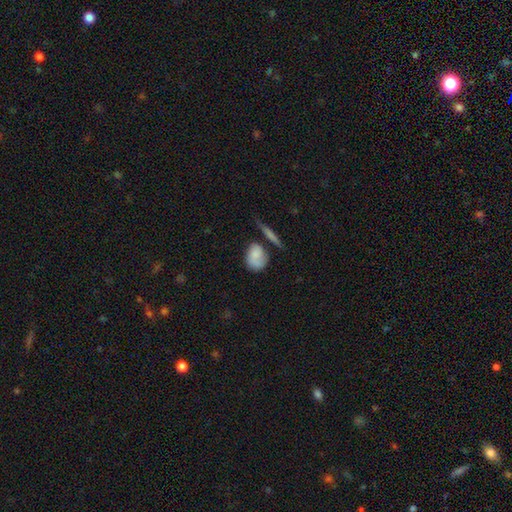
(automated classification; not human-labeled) This is likely a smooth galaxy (70%). How rounded: possibly in between (59%). Merging: possibly none (48%).